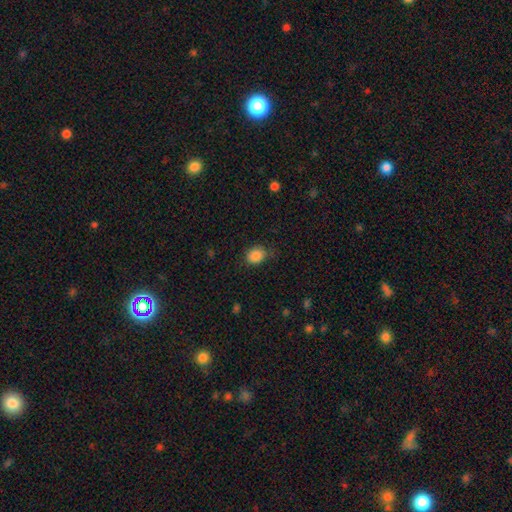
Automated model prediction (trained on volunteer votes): smooth-or-featured: smooth: 87% | star or artifact: 9% | featured or disk: 4%
  how-rounded: in between: 54% | round: 45% | cigar-shaped: 1%
  merging: none: 72% | minor disturbance: 21% | major disturbance: 5% | merger: 1%